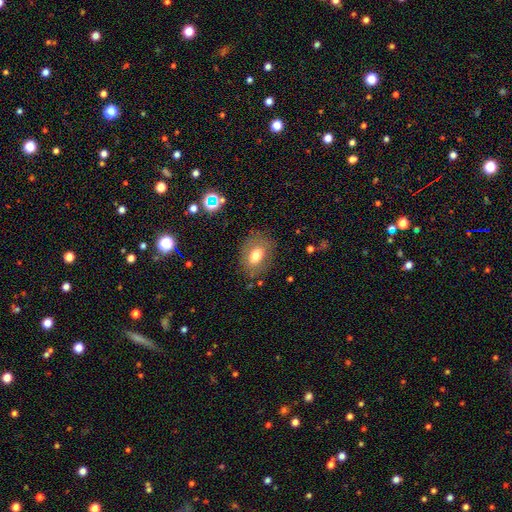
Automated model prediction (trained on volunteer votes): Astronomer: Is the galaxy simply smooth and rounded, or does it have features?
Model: smooth — 70%.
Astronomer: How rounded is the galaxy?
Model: in between — 68%.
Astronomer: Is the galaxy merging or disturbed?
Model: none — 78%.